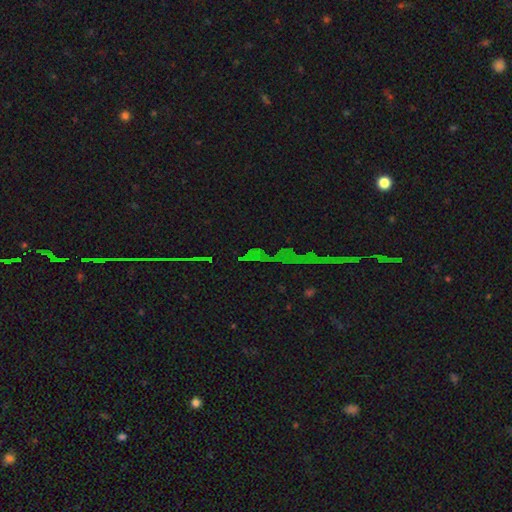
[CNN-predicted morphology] Smooth or featured: star or artifact — 78% (featured or disk — 11%)